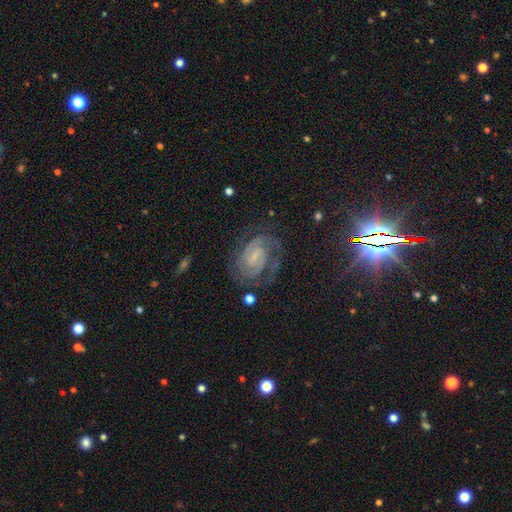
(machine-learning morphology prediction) smooth-or-featured: featured or disk: 83% | star or artifact: 10% | smooth: 7%
  disk-edge-on: no: 98% | yes: 2%
    bar: weak: 50% | no: 29% | strong: 21%
    has-spiral-arms: yes: 97% | no: 3%
      spiral-winding: tight: 59% | medium: 35% | loose: 6%
      spiral-arm-count: 2: 68% | can't tell: 13% | 3: 9% | 1: 4% | 4: 3% | more than 4: 3%
    bulge-size: small: 63% | none: 20% | moderate: 14% | large: 2% | dominant: 1%
  merging: none: 70% | minor disturbance: 17% | major disturbance: 11% | merger: 2%